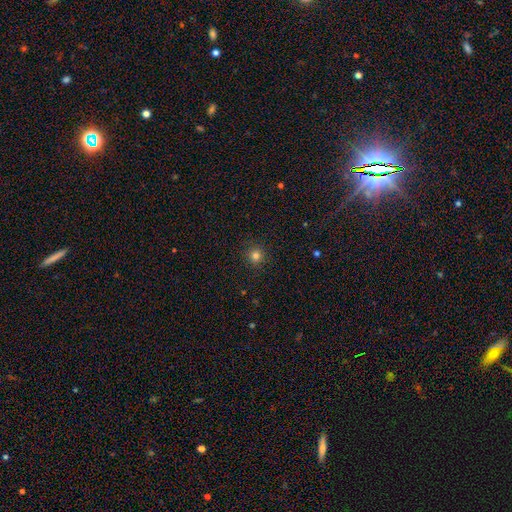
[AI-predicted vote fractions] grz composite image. It shows a smooth galaxy with no disk features (79%) that is round (93%). Merging: none (91%).